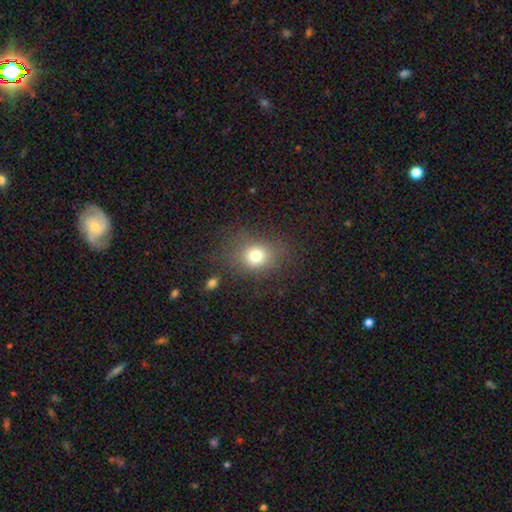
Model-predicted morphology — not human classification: A smooth galaxy with no disk features (74%) that is round (65%). Merging: none (72%).